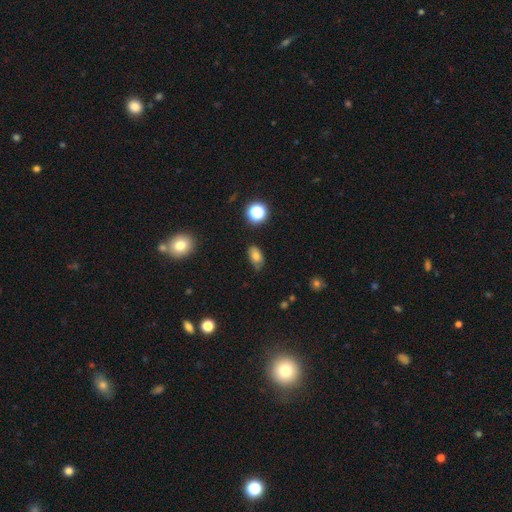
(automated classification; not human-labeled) Smooth or featured: smooth — 74% (star or artifact — 13%)
How rounded: in between — 88% (round — 10%)
Merging: none — 69% (minor disturbance — 24%)